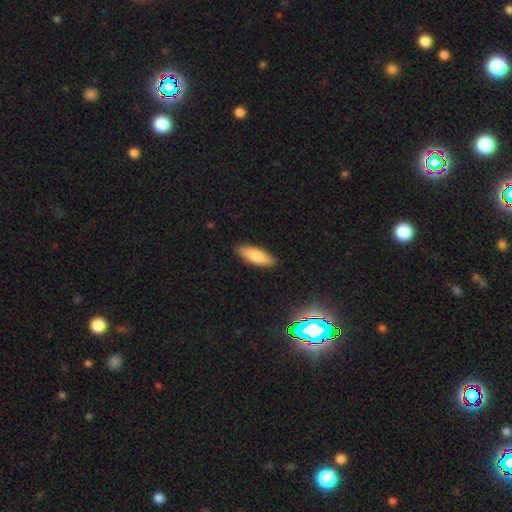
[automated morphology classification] type=smooth (79%); roundness=in between (61%); merging=none (88%).